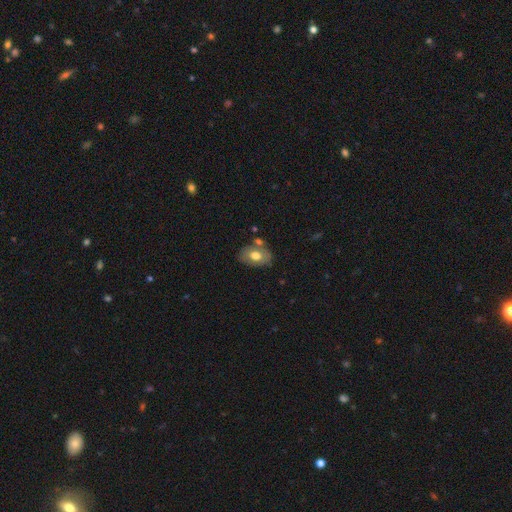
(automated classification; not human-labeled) Smooth or featured?
  - smooth: 68% *
  - featured or disk: 25%
  - star or artifact: 7%
How rounded?
  - in between: 83% *
  - round: 16%
  - cigar-shaped: 1%
Merging?
  - none: 68% *
  - minor disturbance: 16%
  - merger: 12%
  - major disturbance: 4%